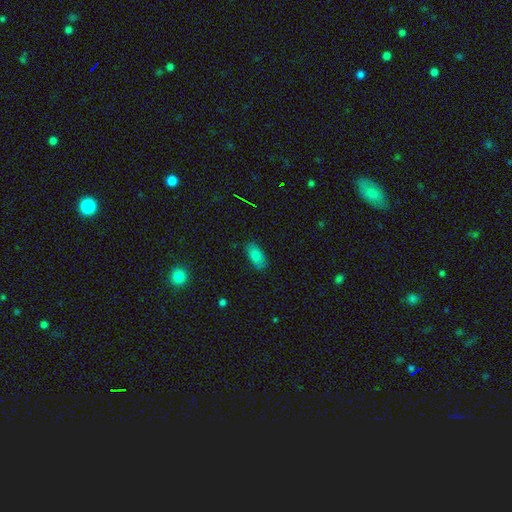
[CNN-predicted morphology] This appears to be a smooth galaxy with no disk features (83%) that is in between round and cigar-shaped (91%). Merging: none (83%).